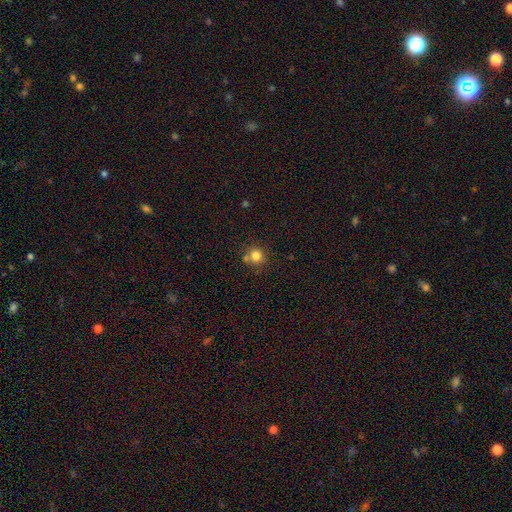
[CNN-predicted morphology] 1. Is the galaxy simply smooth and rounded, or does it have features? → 80% smooth, 13% star or artifact, 7% featured or disk.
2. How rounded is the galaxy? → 89% round, 10% in between, 1% cigar-shaped.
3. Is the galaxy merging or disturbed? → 68% none, 18% merger, 11% minor disturbance, 3% major disturbance.